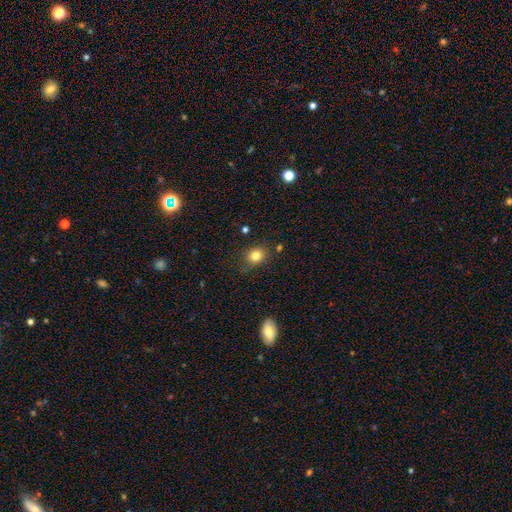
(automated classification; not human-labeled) smooth_or_featured: smooth (p=0.82) [alt: star or artifact p=0.11]
how_rounded: round (p=0.63) [alt: in between p=0.36]
merging: none (p=0.82) [alt: minor disturbance p=0.13]